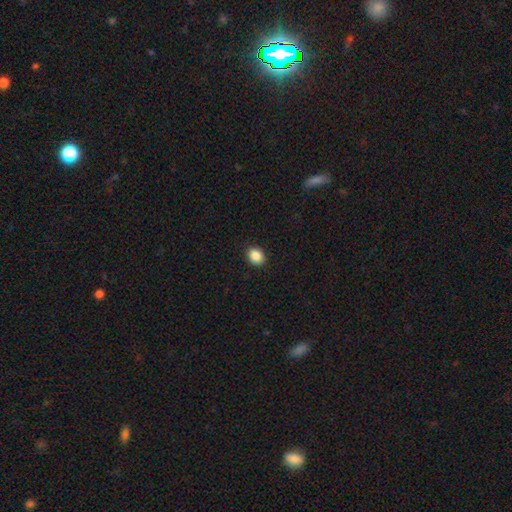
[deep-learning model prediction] Smooth or featured?
  - smooth: 88% *
  - star or artifact: 9%
  - featured or disk: 3%
How rounded?
  - in between: 51% *
  - round: 48%
  - cigar-shaped: 1%
Merging?
  - none: 91% *
  - minor disturbance: 6%
  - major disturbance: 2%
  - merger: 1%